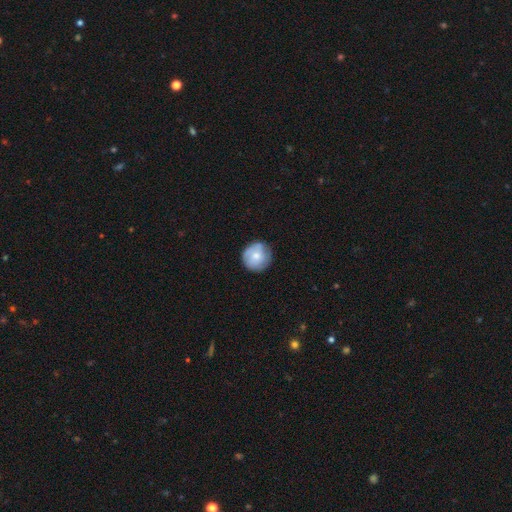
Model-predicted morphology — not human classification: Smooth or featured? Predicted: smooth (p=0.62). How rounded? Predicted: round (p=0.93). Merging? Predicted: none (p=0.78).